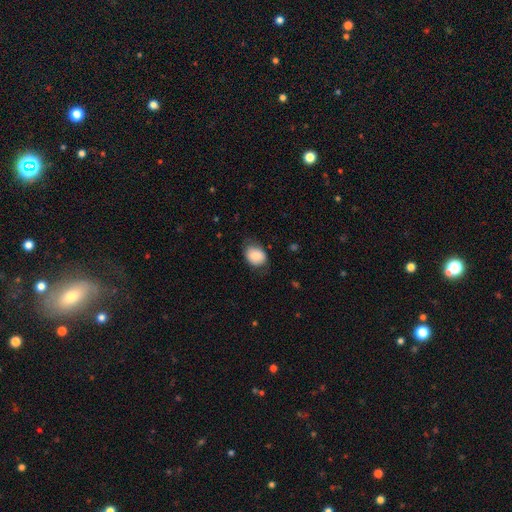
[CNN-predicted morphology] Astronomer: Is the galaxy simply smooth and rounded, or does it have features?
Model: smooth — 82%.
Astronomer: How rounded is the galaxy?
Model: in between — 57% (runner-up: round, 42%).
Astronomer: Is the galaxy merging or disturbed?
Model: none — 69%.